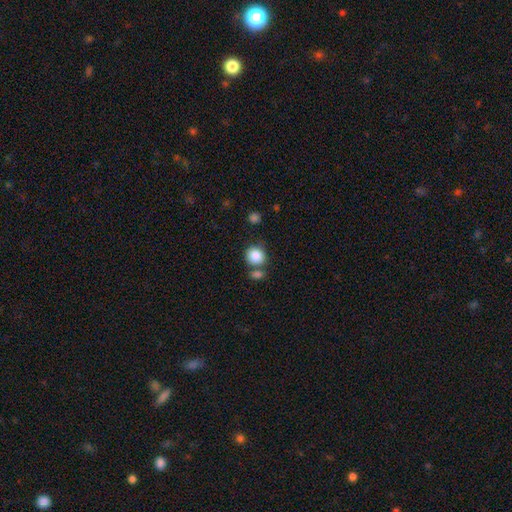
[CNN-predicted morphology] smooth_or_featured: smooth (p=0.85) [alt: star or artifact p=0.09]
how_rounded: round (p=0.85) [alt: in between p=0.14]
merging: none (p=0.64) [alt: merger p=0.22]